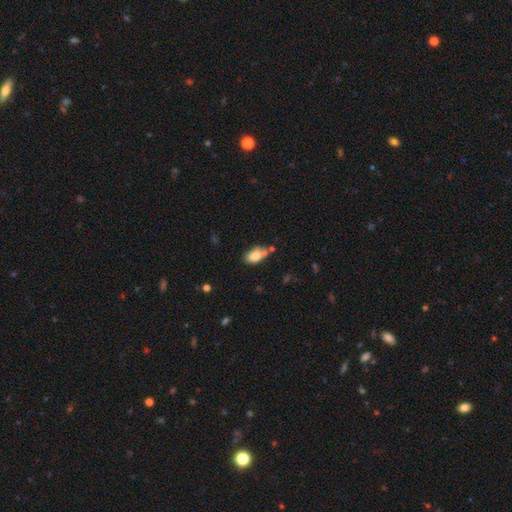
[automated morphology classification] The model was most divided on "merging": none: 56%, merger: 20%, minor disturbance: 19%, major disturbance: 5%. More confident: how rounded — in between (89%); smooth or featured — smooth (80%).